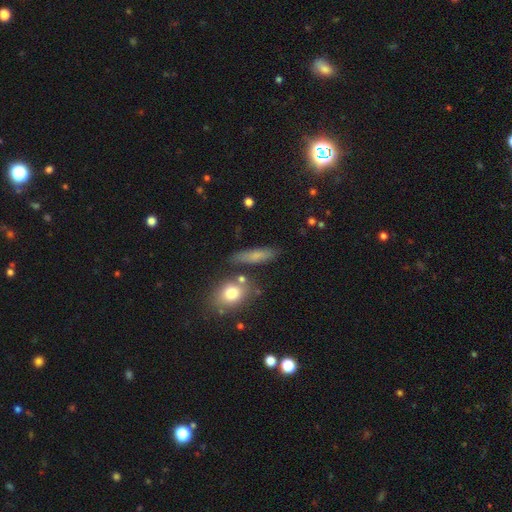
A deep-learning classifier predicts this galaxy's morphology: Smooth or featured? Predicted: smooth (p=0.69). How rounded? Predicted: cigar-shaped (p=0.63). Merging? Predicted: none (p=0.76).